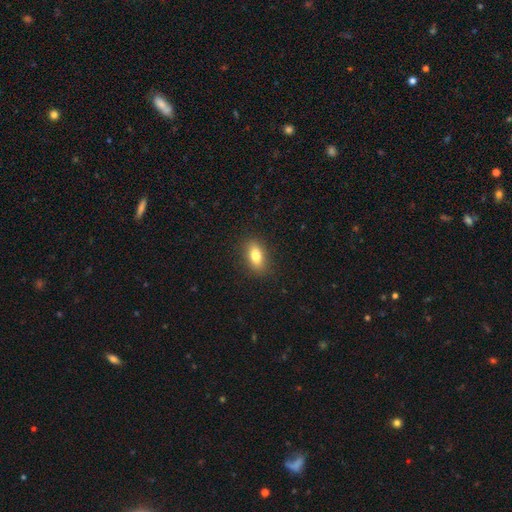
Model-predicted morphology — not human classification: Smooth or featured: smooth — 79% (featured or disk — 13%)
How rounded: in between — 83% (cigar-shaped — 9%)
Merging: none — 87% (minor disturbance — 9%)